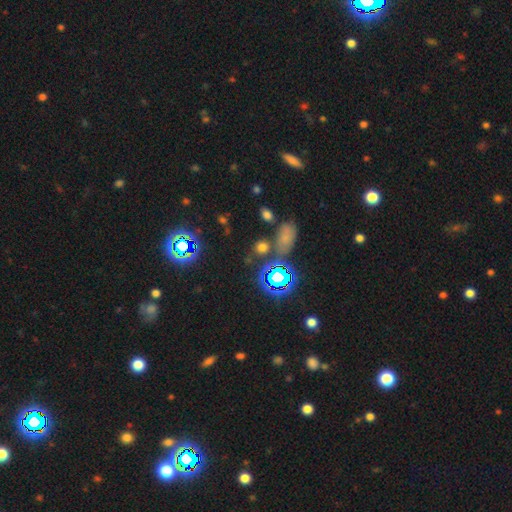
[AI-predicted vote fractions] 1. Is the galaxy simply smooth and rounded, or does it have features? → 69% star or artifact, 21% smooth, 10% featured or disk.